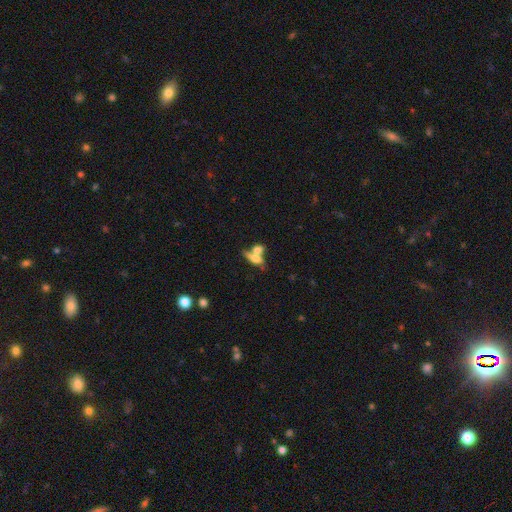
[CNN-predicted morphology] This appears to be a smooth galaxy with no disk features (63%) that is in between round and cigar-shaped (60%). Merging: merger (57%).